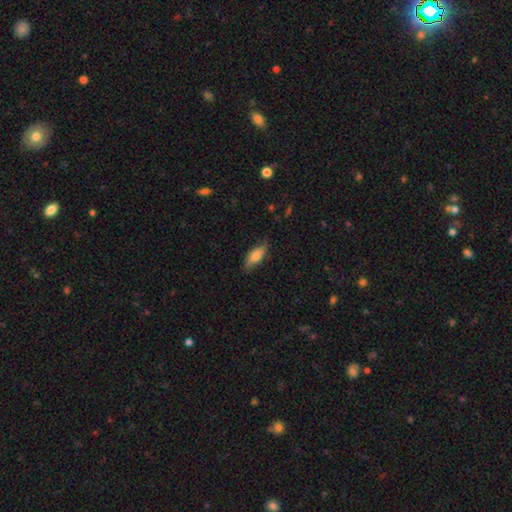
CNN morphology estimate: Smooth or featured? smooth (68%)
How rounded? in between (72%)
Merging? none (74%)